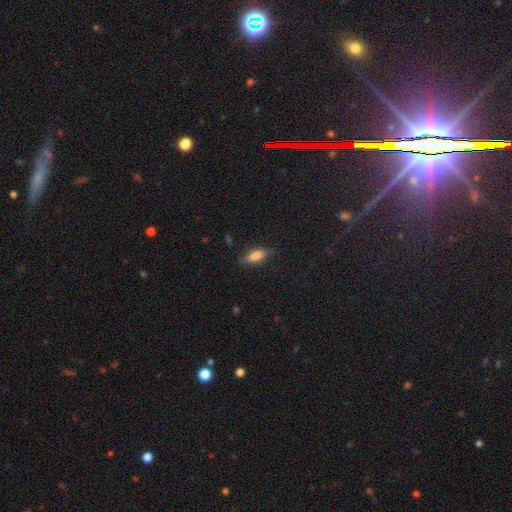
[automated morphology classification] type=smooth (81%); roundness=in between (80%); merging=none (75%).